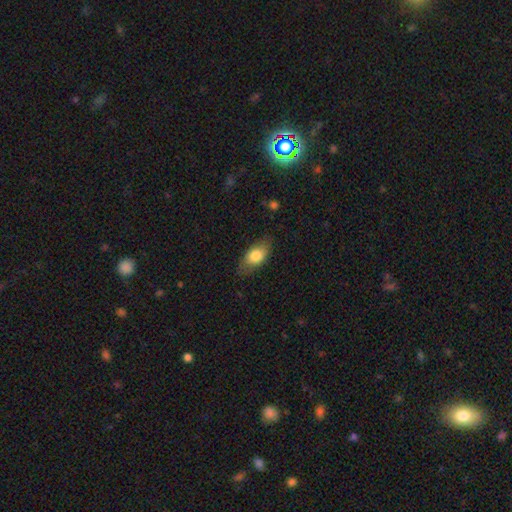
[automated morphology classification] This appears to be a smooth galaxy with no disk features (77%) that is in between round and cigar-shaped (87%). Merging: none (78%).